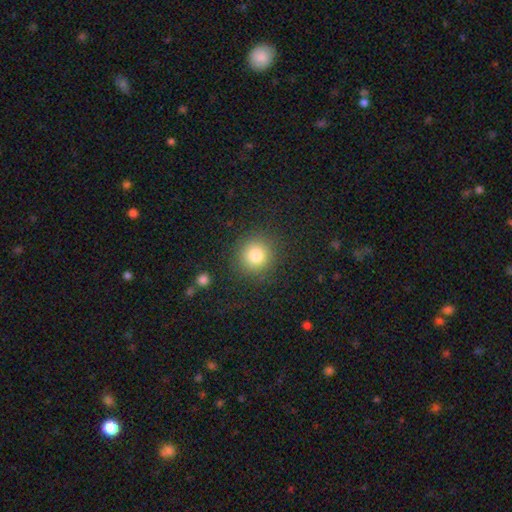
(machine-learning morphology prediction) smooth_or_featured: smooth (p=0.81) [alt: star or artifact p=0.12]
how_rounded: round (p=0.93) [alt: in between p=0.06]
merging: none (p=0.88) [alt: minor disturbance p=0.07]